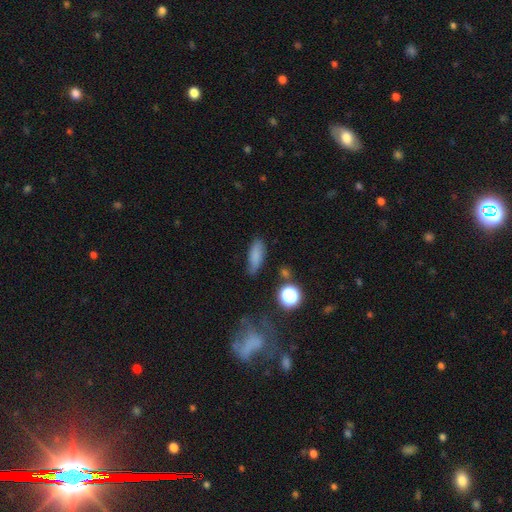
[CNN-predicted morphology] Overall: smooth (75%). How rounded: in between (63%; cigar-shaped 32%). Merging: none (66%).